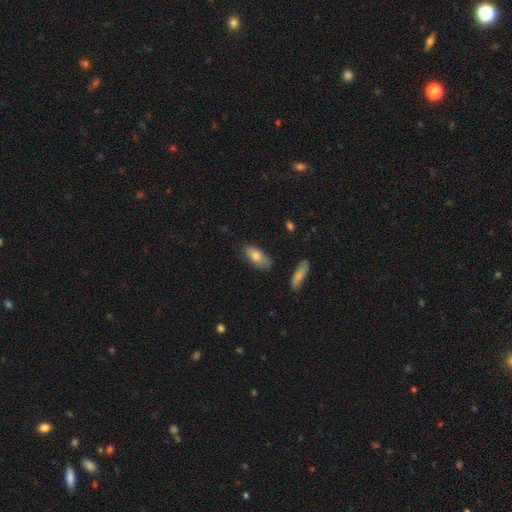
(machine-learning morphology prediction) Smooth or featured? Predicted: smooth (p=0.78). How rounded? Predicted: in between (p=0.86). Merging? Predicted: none (p=0.78).